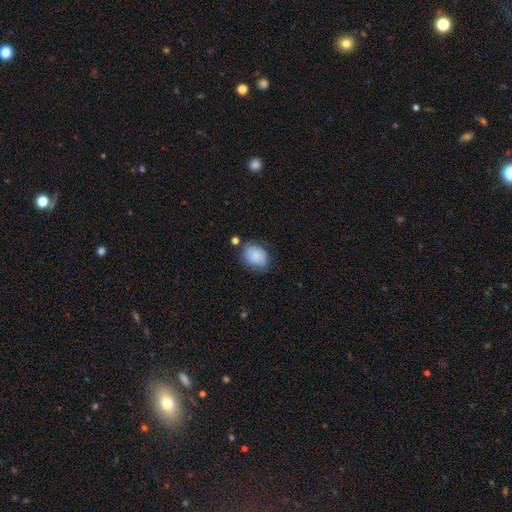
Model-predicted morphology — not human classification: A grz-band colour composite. It shows a smooth galaxy with no disk features (84%) that is in between round and cigar-shaped (57%). Merging: none (68%).